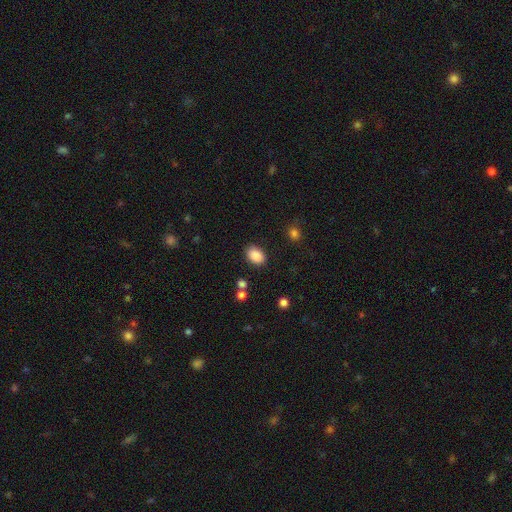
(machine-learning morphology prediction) Q: Smooth or featured?
A: smooth (88%); runner-up: star or artifact (8%)
Q: How rounded?
A: in between (80%); runner-up: round (19%)
Q: Merging?
A: none (84%); runner-up: minor disturbance (10%)